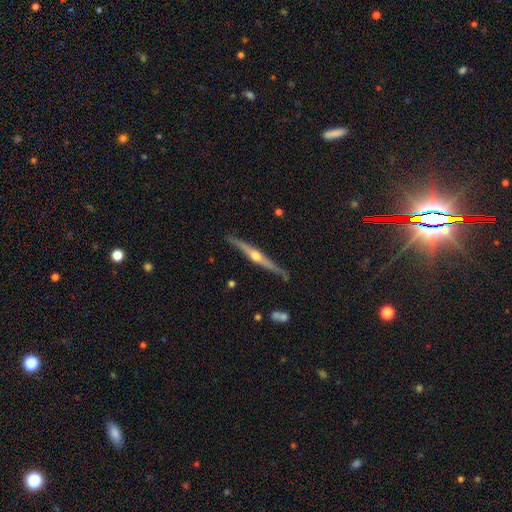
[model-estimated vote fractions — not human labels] This appears to be a featured or disk galaxy (79%) viewed edge-on (98%) with a rounded central bulge (92%). Merging: none (85%).